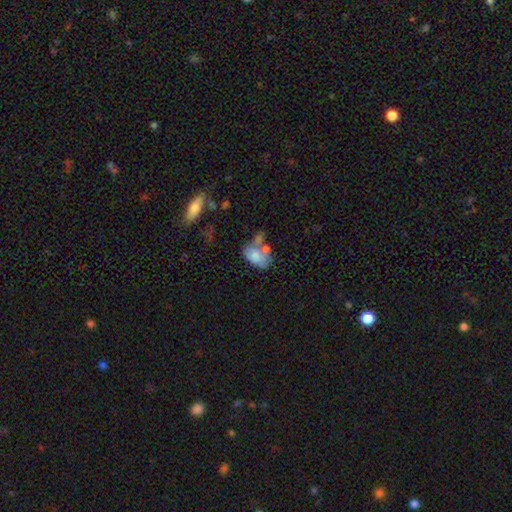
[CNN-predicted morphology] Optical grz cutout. It shows a smooth galaxy with no disk features (69%) that is in between round and cigar-shaped (86%). Merging: merger (37%).